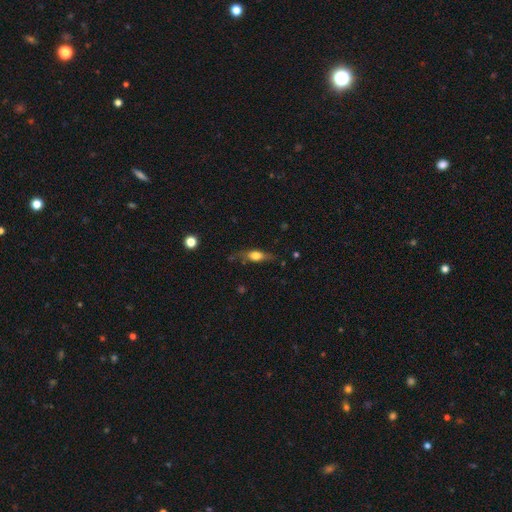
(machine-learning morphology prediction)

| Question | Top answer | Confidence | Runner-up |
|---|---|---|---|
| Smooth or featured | smooth | 55% | featured or disk (37%) |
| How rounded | in between | 51% | cigar-shaped (42%) |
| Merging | none | 66% | minor disturbance (23%) |